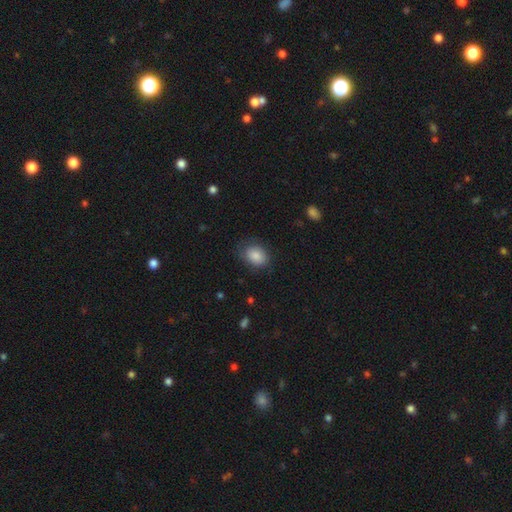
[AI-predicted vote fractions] Smooth or featured? smooth (85%)
How rounded? in between (67%)
Merging? none (72%)